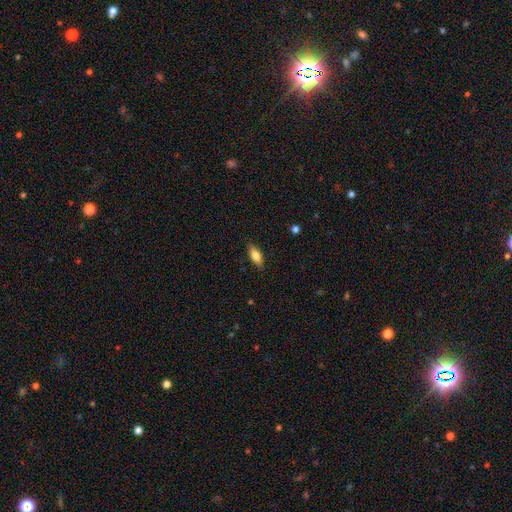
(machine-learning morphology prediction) This is likely a smooth galaxy (76%). How rounded: likely in between (77%). Merging: clearly none (85%).